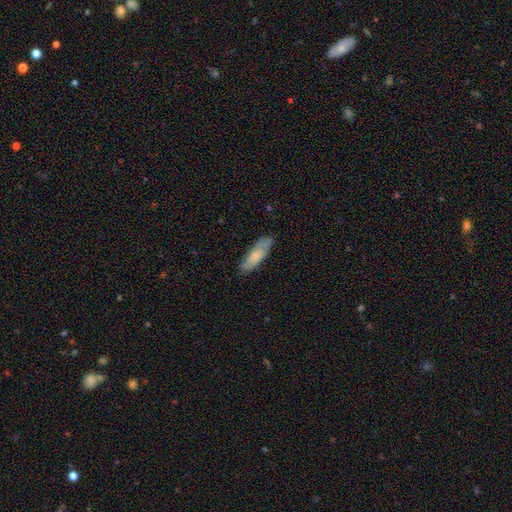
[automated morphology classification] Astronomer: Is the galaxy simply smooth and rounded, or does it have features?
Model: smooth — 70%.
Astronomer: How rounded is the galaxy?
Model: in between — 51% (runner-up: cigar-shaped, 47%).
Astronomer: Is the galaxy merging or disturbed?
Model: none — 77%.